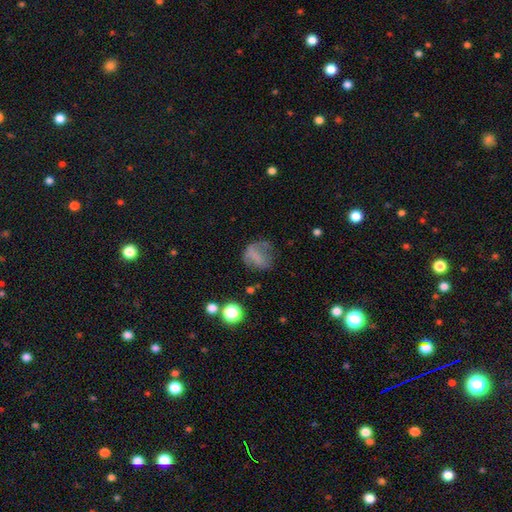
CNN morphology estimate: A smooth galaxy with no disk features (57%) that is round (58%).

Vote fractions:
- Smooth or featured? smooth: 57% / featured or disk: 28% / star or artifact: 15%
- How rounded? round: 58% / in between: 39% / cigar-shaped: 2%
- Merging? none: 44% / major disturbance: 28% / minor disturbance: 25% / merger: 3%